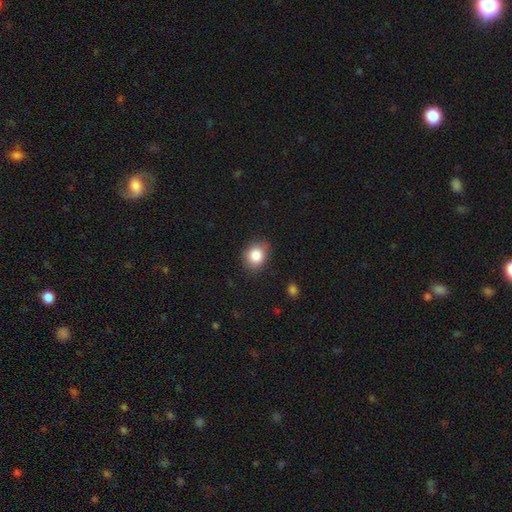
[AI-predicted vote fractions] smooth-or-featured: smooth: 84% | star or artifact: 9% | featured or disk: 7%
  how-rounded: round: 57% | in between: 42% | cigar-shaped: 1%
  merging: none: 81% | minor disturbance: 15% | major disturbance: 3% | merger: 1%